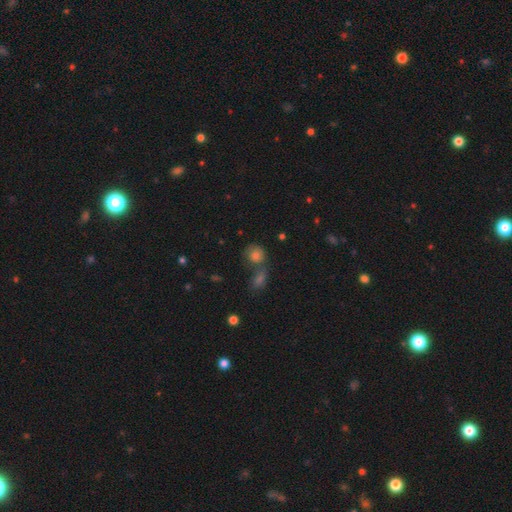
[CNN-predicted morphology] type=smooth (72%); roundness=round (73%); merging=none (44%).